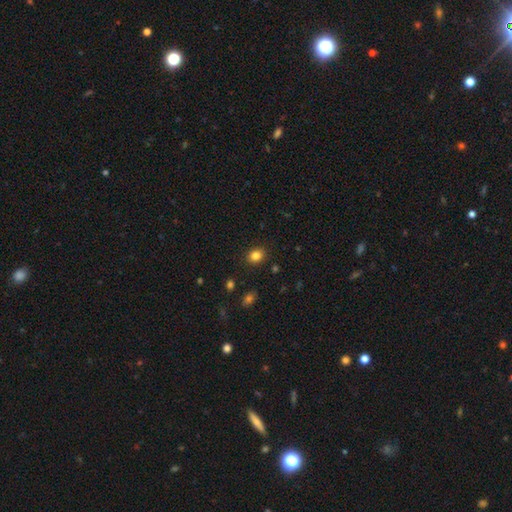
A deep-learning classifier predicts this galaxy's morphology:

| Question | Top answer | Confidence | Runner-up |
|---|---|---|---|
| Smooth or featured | smooth | 83% | star or artifact (11%) |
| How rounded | round | 60% | in between (40%) |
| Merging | none | 89% | minor disturbance (8%) |